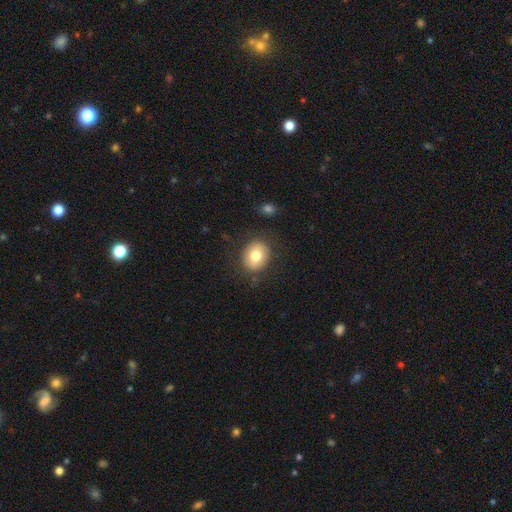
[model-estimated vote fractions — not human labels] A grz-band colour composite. It shows a smooth galaxy with no disk features (76%) that is round (62%). Merging: none (82%).